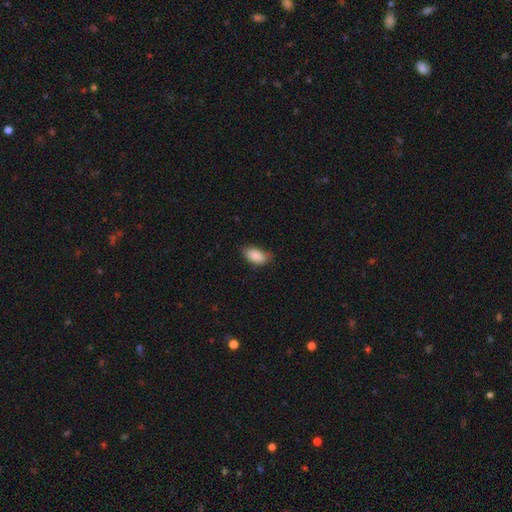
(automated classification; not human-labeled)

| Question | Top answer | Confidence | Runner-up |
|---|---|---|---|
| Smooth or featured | smooth | 88% | star or artifact (7%) |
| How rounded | in between | 93% | round (4%) |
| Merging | none | 71% | minor disturbance (24%) |